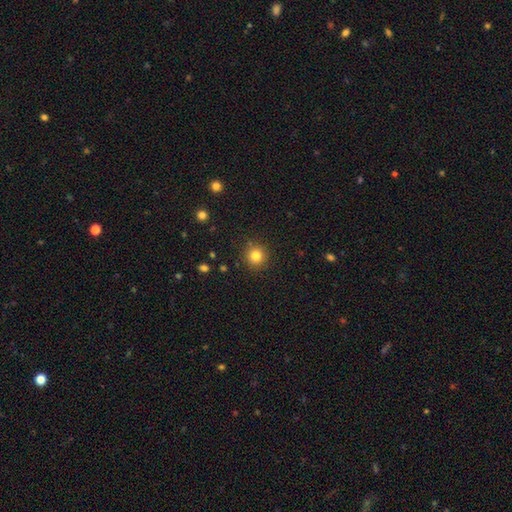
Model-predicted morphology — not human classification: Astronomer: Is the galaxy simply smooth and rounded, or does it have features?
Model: smooth — 82%.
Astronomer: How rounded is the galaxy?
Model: round — 93%.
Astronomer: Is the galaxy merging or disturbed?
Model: none — 88%.